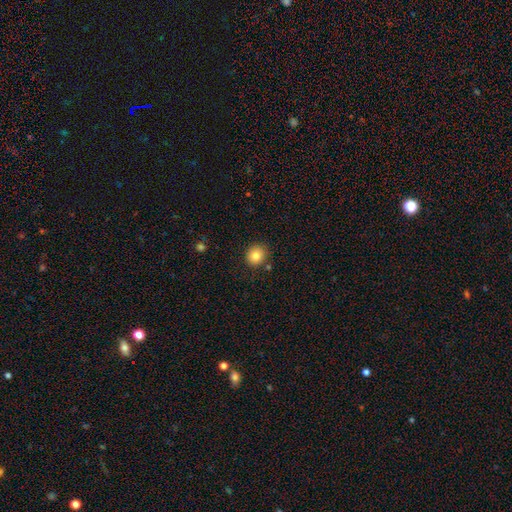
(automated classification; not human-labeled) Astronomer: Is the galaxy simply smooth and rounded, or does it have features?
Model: smooth — 83%.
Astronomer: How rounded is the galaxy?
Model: round — 86%.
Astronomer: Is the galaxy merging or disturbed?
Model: none — 86%.